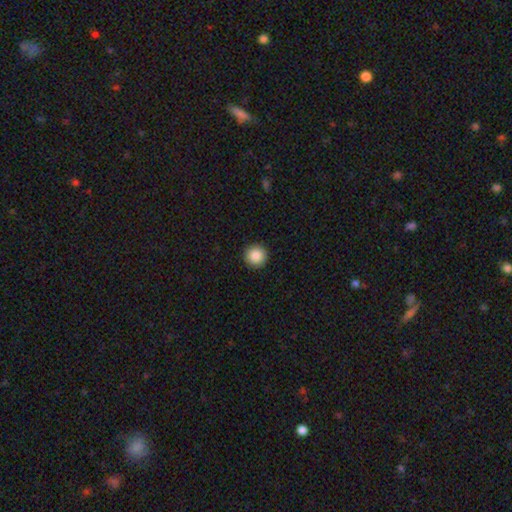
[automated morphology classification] Smooth or featured?
  - smooth: 87% *
  - star or artifact: 9%
  - featured or disk: 4%
How rounded?
  - round: 96% *
  - in between: 3%
  - cigar-shaped: 1%
Merging?
  - none: 93% *
  - minor disturbance: 4%
  - major disturbance: 2%
  - merger: 1%